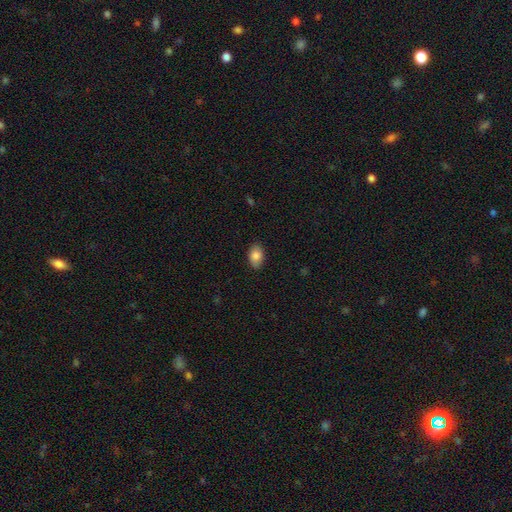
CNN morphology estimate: A smooth galaxy with no disk features (84%) that is in between round and cigar-shaped (88%).

Vote fractions:
- Smooth or featured? smooth: 84% / featured or disk: 8% / star or artifact: 7%
- How rounded? in between: 88% / round: 11% / cigar-shaped: 1%
- Merging? none: 87% / minor disturbance: 10% / major disturbance: 2% / merger: 1%